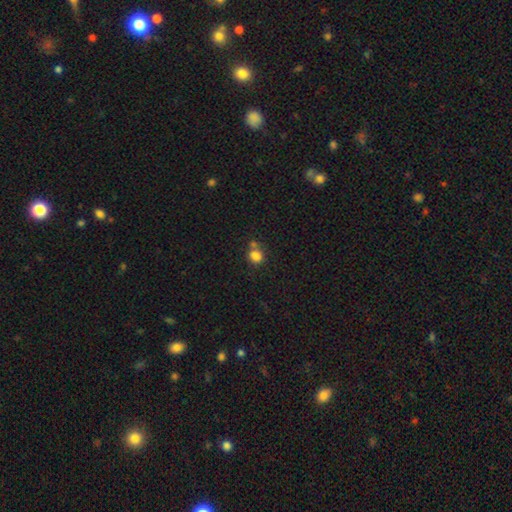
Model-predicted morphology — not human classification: smooth_or_featured: smooth (p=0.82) [alt: star or artifact p=0.12]
how_rounded: round (p=0.72) [alt: in between p=0.27]
merging: none (p=0.51) [alt: merger p=0.31]